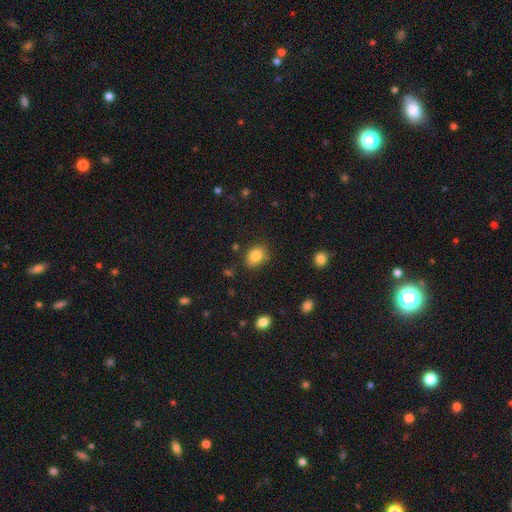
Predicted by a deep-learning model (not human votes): Q: Smooth or featured?
A: smooth (84%); runner-up: star or artifact (9%)
Q: How rounded?
A: in between (69%); runner-up: round (30%)
Q: Merging?
A: none (81%); runner-up: minor disturbance (13%)